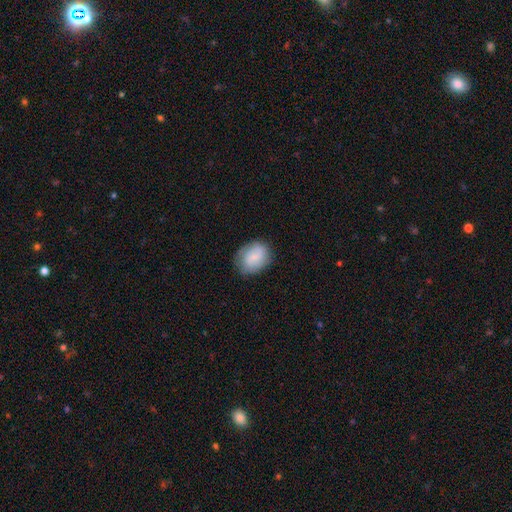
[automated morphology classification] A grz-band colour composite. It shows a smooth galaxy with no disk features (68%) that is in between round and cigar-shaped (58%). Merging: none (73%).